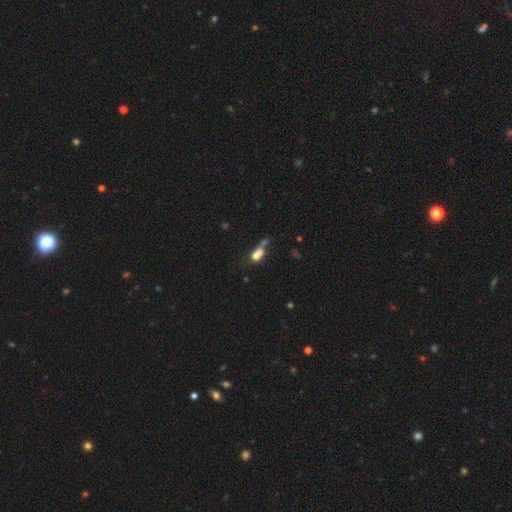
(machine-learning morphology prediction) smooth_or_featured: smooth (p=0.67) [alt: featured or disk p=0.19]
how_rounded: in between (p=0.57) [alt: round p=0.35]
merging: merger (p=0.56) [alt: none p=0.23]